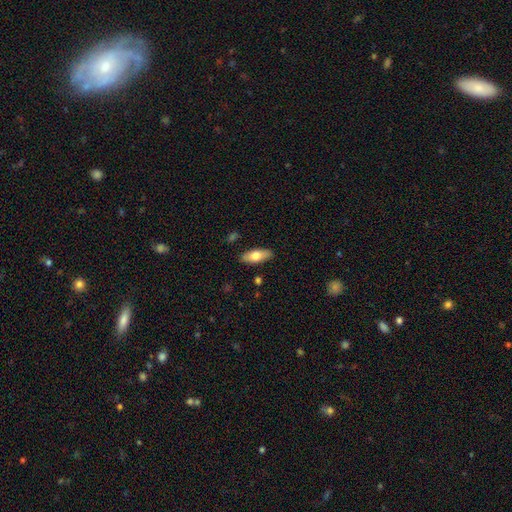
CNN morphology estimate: A smooth galaxy with no disk features (71%) that is in between round and cigar-shaped (75%).

Vote fractions:
- Smooth or featured? smooth: 71% / featured or disk: 23% / star or artifact: 6%
- How rounded? in between: 75% / cigar-shaped: 23% / round: 2%
- Merging? none: 87% / minor disturbance: 9% / major disturbance: 2% / merger: 2%